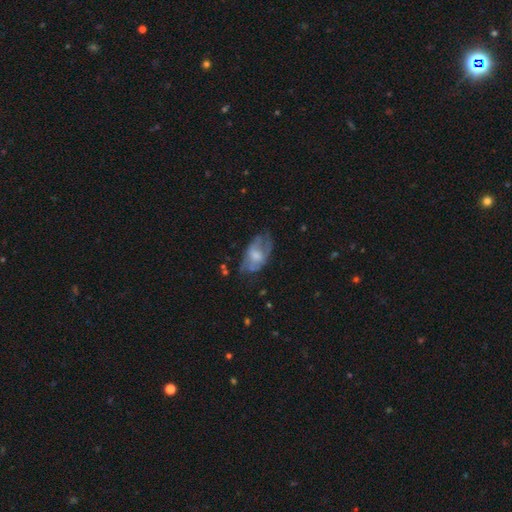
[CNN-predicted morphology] A featured or disk galaxy (53%).

Vote fractions:
- Smooth or featured? featured or disk: 53% / smooth: 40% / star or artifact: 8%
- Edge-on disk? no: 93% / yes: 7%
- Merging? none: 43% / minor disturbance: 29% / major disturbance: 25% / merger: 3%